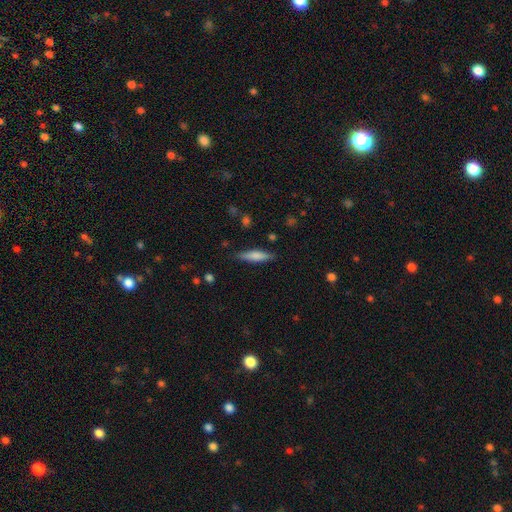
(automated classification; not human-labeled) Overall: smooth (72%). How rounded: cigar-shaped (75%). Merging: none (84%).